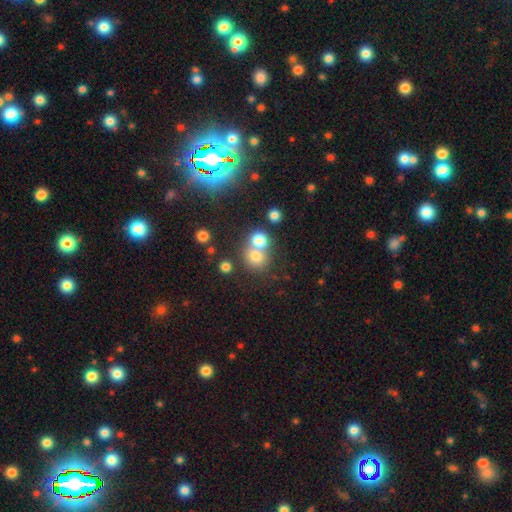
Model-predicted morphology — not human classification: A smooth galaxy with no disk features (74%) that is round (80%). Merging: merger (50%).